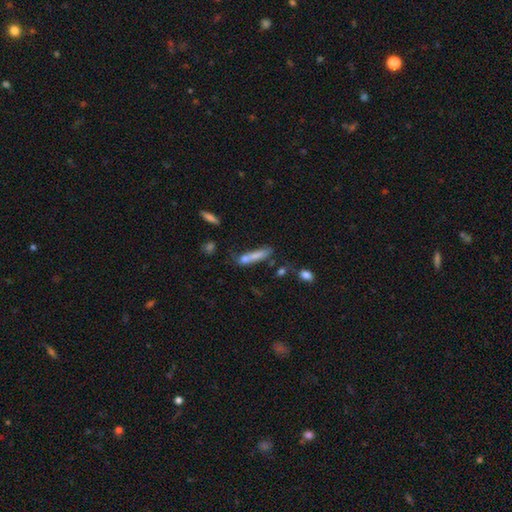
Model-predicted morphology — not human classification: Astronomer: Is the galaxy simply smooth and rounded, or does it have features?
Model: smooth — 71%.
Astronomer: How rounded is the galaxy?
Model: cigar-shaped — 82%.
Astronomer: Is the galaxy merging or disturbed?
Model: none — 46% (runner-up: merger, 22%).